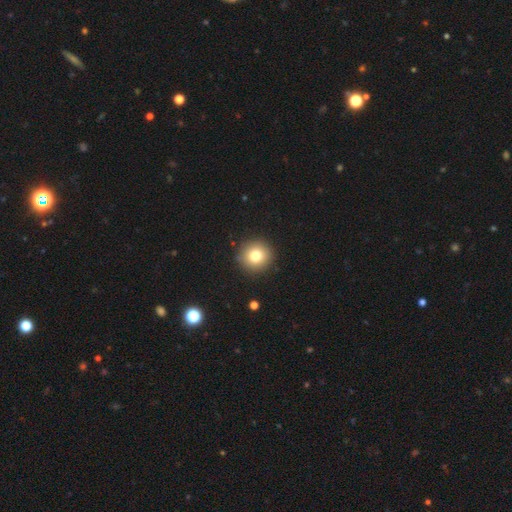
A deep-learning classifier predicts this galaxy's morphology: smooth 78%, star or artifact 12%, featured or disk 10%. Down the decision tree: how rounded — round (95%); merging — none (91%).